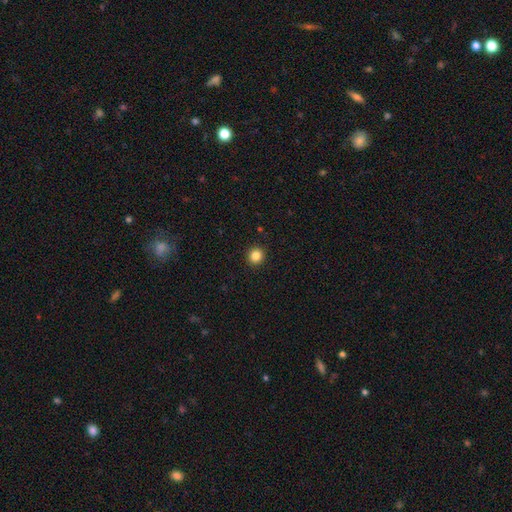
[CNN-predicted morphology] smooth_or_featured: smooth (p=0.85) [alt: star or artifact p=0.11]
how_rounded: round (p=0.92) [alt: in between p=0.07]
merging: none (p=0.93) [alt: minor disturbance p=0.05]